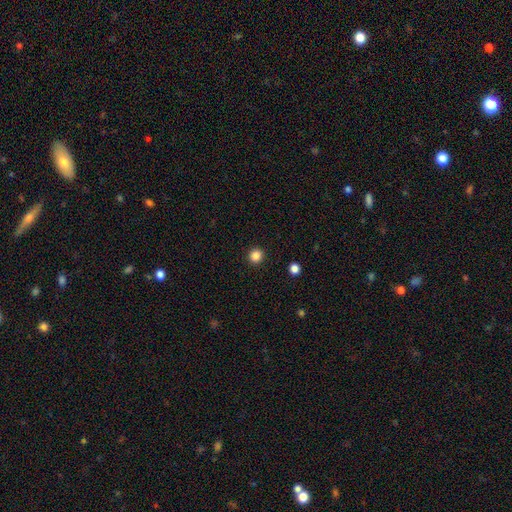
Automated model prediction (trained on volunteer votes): The model was most divided on "smooth or featured": smooth: 85%, star or artifact: 11%, featured or disk: 3%. More confident: how rounded — round (93%); merging — none (93%).